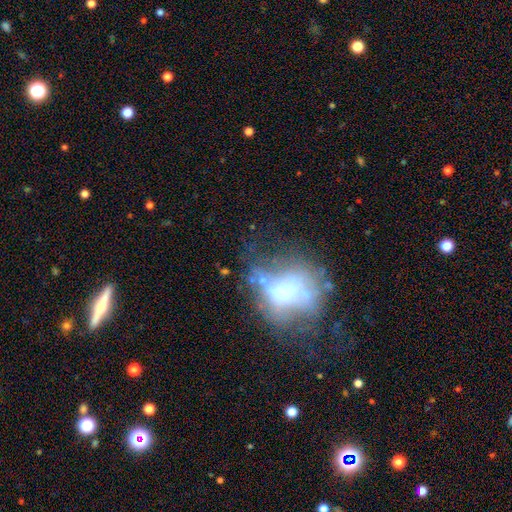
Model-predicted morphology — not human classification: smooth_or_featured: featured or disk (p=0.51) [alt: smooth p=0.31]
disk_edge_on: no (p=0.92) [alt: yes p=0.08]
merging: none (p=0.36) [alt: major disturbance p=0.32]